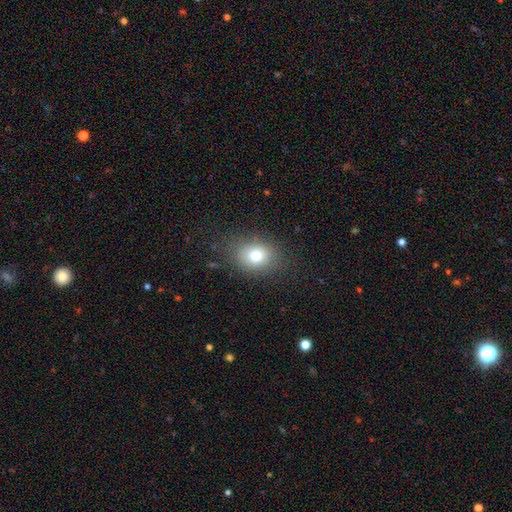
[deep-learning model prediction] smooth 76%, star or artifact 13%, featured or disk 12%. Down the decision tree: how rounded — in between (56%); merging — none (81%).